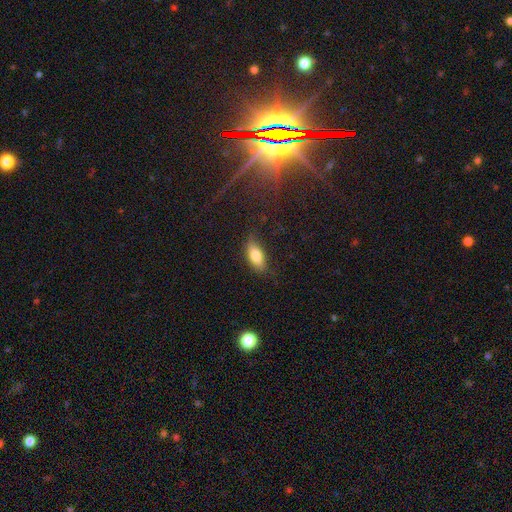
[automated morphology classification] A smooth galaxy with no disk features (80%) that is in between round and cigar-shaped (78%).

Vote fractions:
- Smooth or featured? smooth: 80% / featured or disk: 13% / star or artifact: 7%
- How rounded? in between: 78% / cigar-shaped: 19% / round: 3%
- Merging? none: 77% / minor disturbance: 17% / major disturbance: 4% / merger: 1%